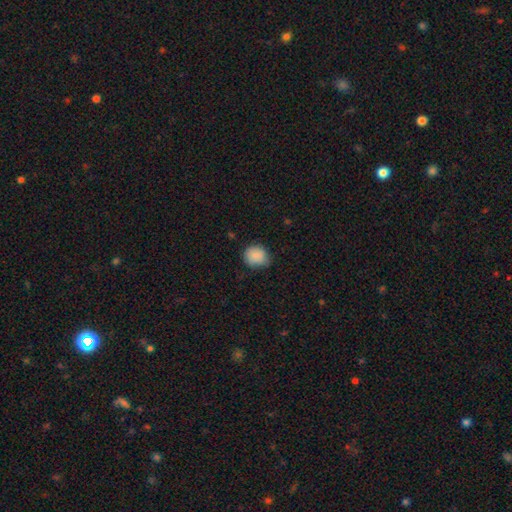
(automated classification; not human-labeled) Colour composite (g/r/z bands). It shows a smooth galaxy with no disk features (87%) that is round (76%). Merging: none (70%).